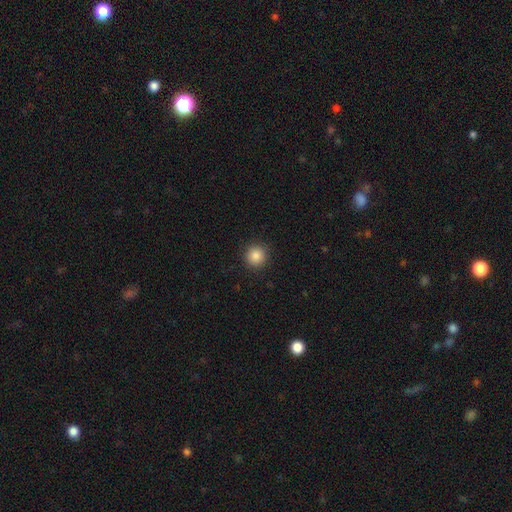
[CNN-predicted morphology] This appears to be a smooth galaxy with no disk features (86%) that is round (94%). Merging: none (91%).